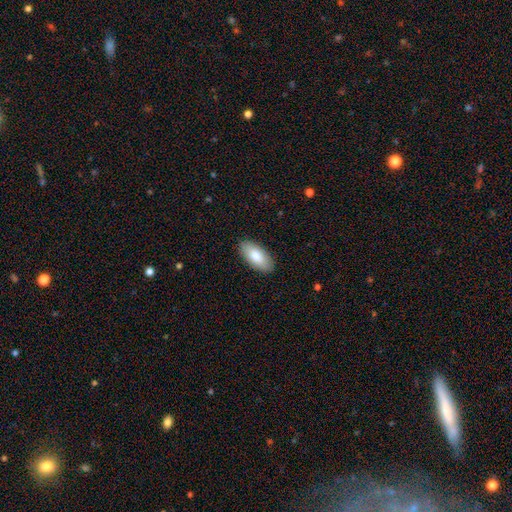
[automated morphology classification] smooth_or_featured: smooth (p=0.80) [alt: featured or disk p=0.14]
how_rounded: in between (p=0.92) [alt: cigar-shaped p=0.06]
merging: none (p=0.90) [alt: minor disturbance p=0.08]